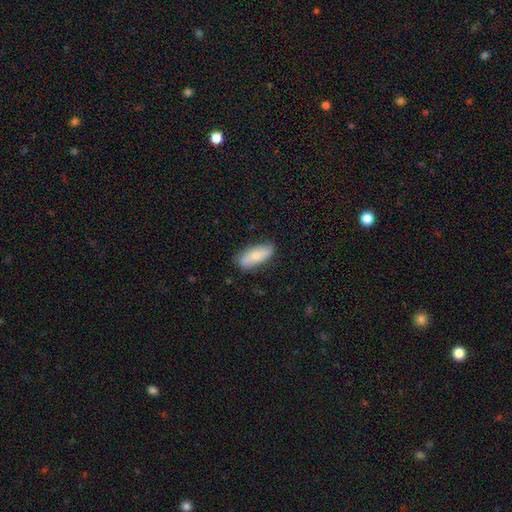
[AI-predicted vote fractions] This appears to be a smooth galaxy with no disk features (67%) that is in between round and cigar-shaped (79%). Merging: none (79%).